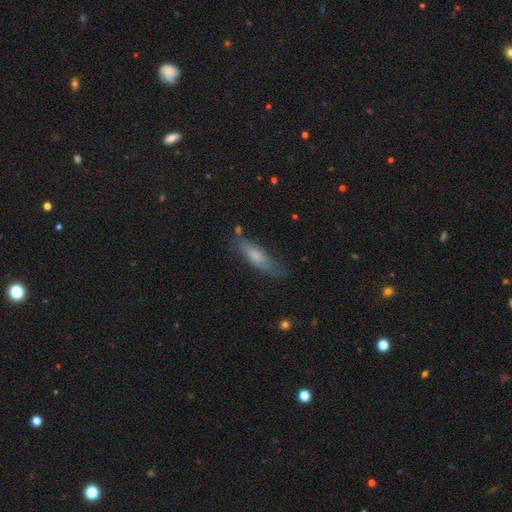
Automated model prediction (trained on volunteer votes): This is likely a smooth galaxy (62%). How rounded: likely cigar-shaped (63%). Merging: likely none (68%).